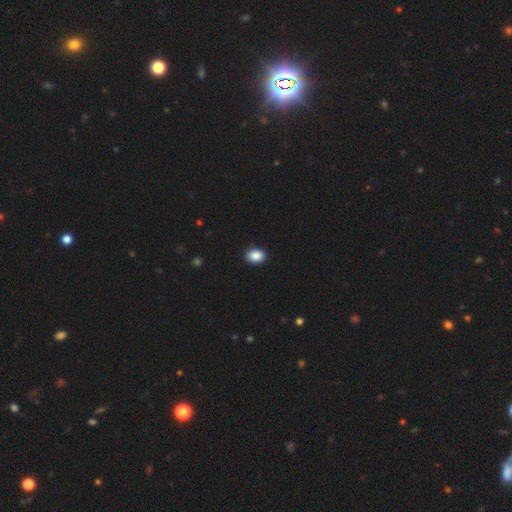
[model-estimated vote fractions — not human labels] Morphology: type=smooth (89%); roundness=in between (70%); merging=none (91%).